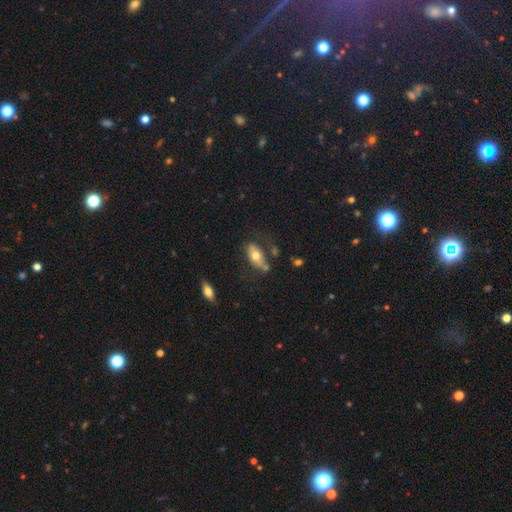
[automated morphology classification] smooth-or-featured: smooth: 62% | featured or disk: 30% | star or artifact: 7%
  how-rounded: in between: 85% | cigar-shaped: 10% | round: 4%
  merging: none: 57% | minor disturbance: 23% | major disturbance: 11% | merger: 9%